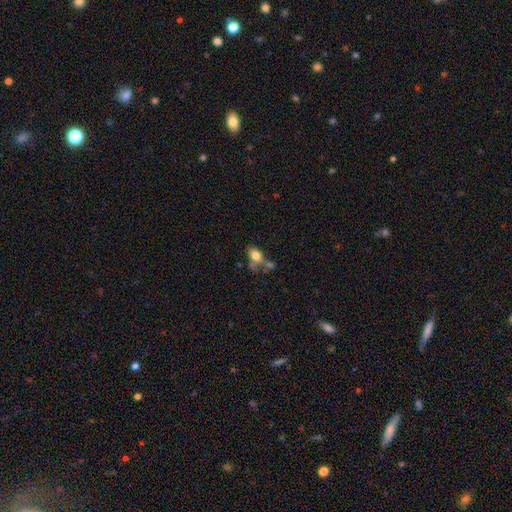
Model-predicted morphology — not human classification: Smooth or featured?
  - smooth: 75% *
  - featured or disk: 15%
  - star or artifact: 10%
How rounded?
  - in between: 73% *
  - round: 25%
  - cigar-shaped: 3%
Merging?
  - none: 38% *
  - merger: 31%
  - minor disturbance: 18%
  - major disturbance: 12%